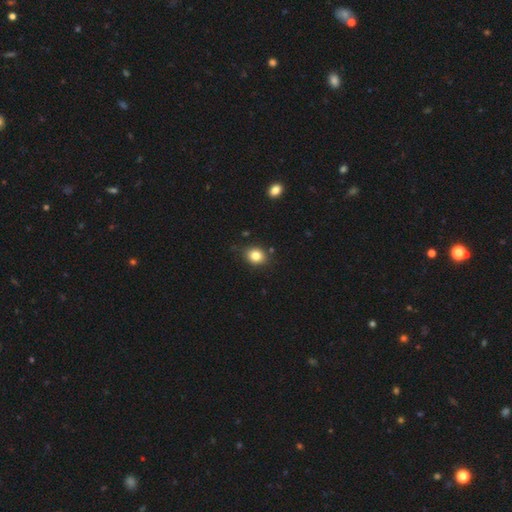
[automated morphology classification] This appears to be a smooth galaxy with no disk features (82%) that is round (61%). Merging: none (82%).